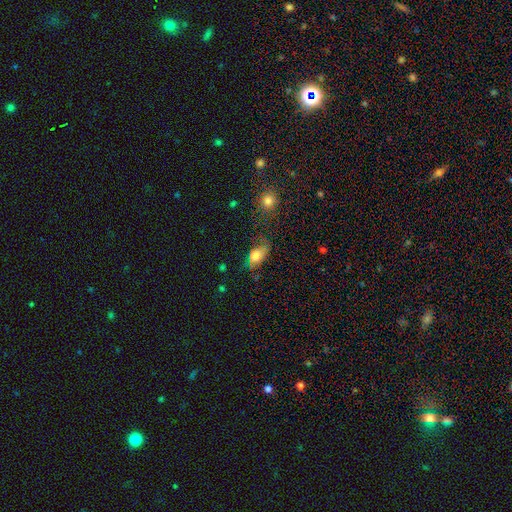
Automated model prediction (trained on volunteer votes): A smooth galaxy with no disk features (69%) that is in between round and cigar-shaped (83%).

Vote fractions:
- Smooth or featured? smooth: 69% / featured or disk: 22% / star or artifact: 9%
- How rounded? in between: 83% / round: 12% / cigar-shaped: 4%
- Merging? none: 48% / minor disturbance: 31% / major disturbance: 18% / merger: 4%